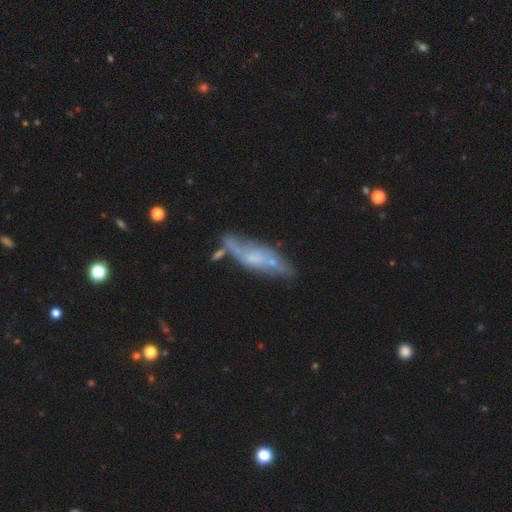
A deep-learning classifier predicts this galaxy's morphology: This is likely a featured or disk galaxy (63%). It is possibly not viewed edge-on (56%). Merging: likely none (65%).